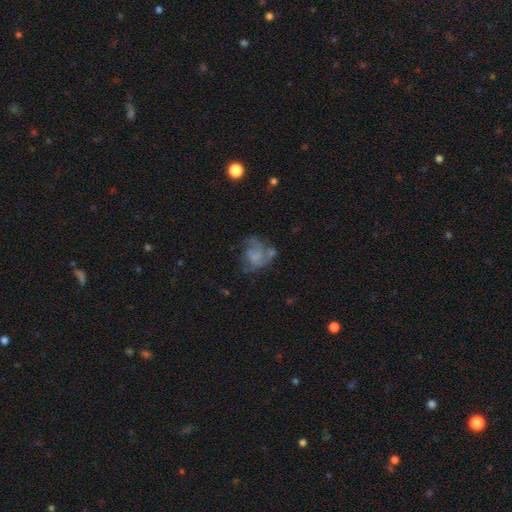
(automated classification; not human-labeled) Q: Smooth or featured?
A: featured or disk (57%); runner-up: smooth (32%)
Q: Edge-on disk?
A: no (98%); runner-up: yes (2%)
Q: Bar?
A: no (78%); runner-up: weak (18%)
Q: Spiral arms?
A: yes (54%); runner-up: no (46%)
Q: Bulge size?
A: none (70%); runner-up: small (13%)
Q: Merging?
A: major disturbance (36%); runner-up: none (35%)